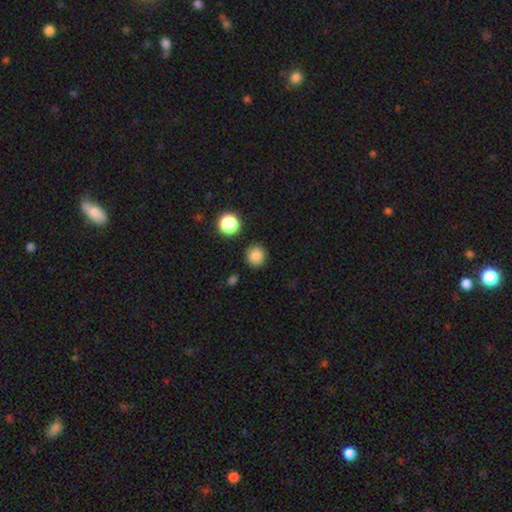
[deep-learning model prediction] This is clearly a smooth galaxy (84%). How rounded: clearly round (92%). Merging: clearly none (89%).